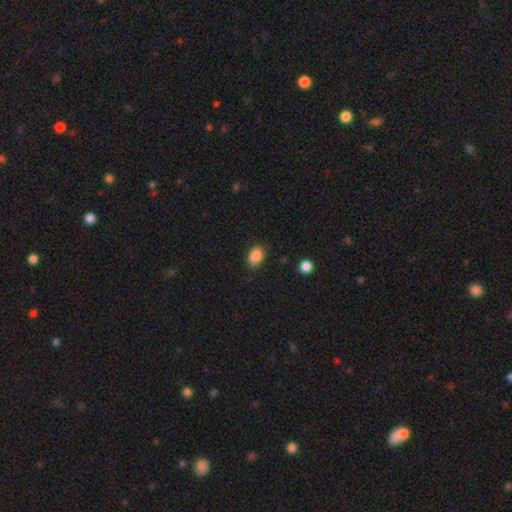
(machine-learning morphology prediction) This is clearly a smooth galaxy (87%). How rounded: clearly in between (83%). Merging: clearly none (80%).